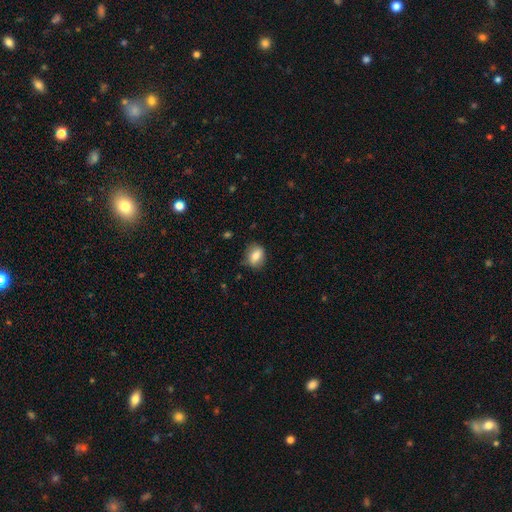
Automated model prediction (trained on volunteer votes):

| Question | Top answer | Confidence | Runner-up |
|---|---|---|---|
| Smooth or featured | smooth | 79% | featured or disk (13%) |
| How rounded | in between | 63% | round (35%) |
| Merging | none | 76% | minor disturbance (18%) |